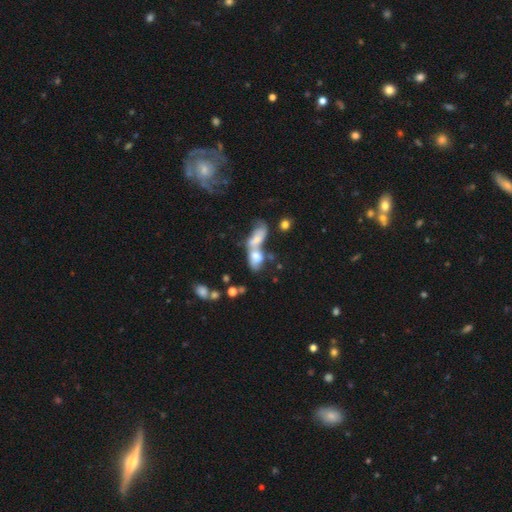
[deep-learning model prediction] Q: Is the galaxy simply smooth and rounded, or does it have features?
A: featured or disk — 38%.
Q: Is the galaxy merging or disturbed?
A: none — 51%.